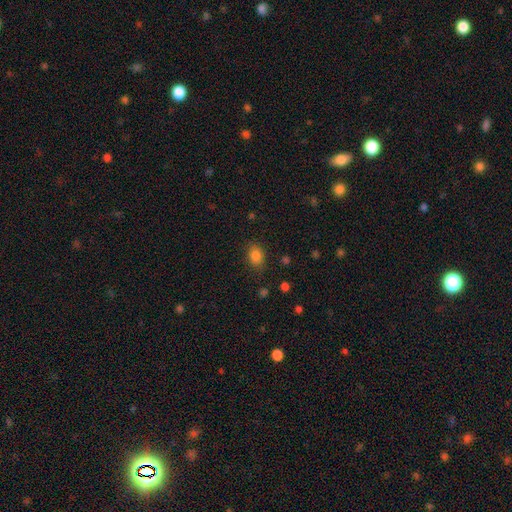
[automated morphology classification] This is clearly a smooth galaxy (83%). How rounded: likely in between (67%). Merging: clearly none (80%).